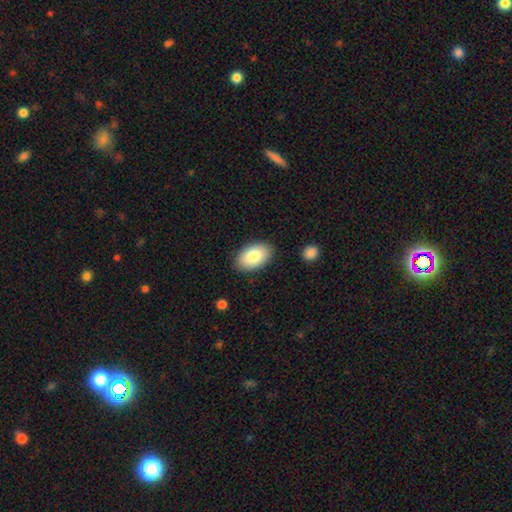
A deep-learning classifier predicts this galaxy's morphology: Smooth or featured? smooth (82%)
How rounded? in between (94%)
Merging? none (88%)